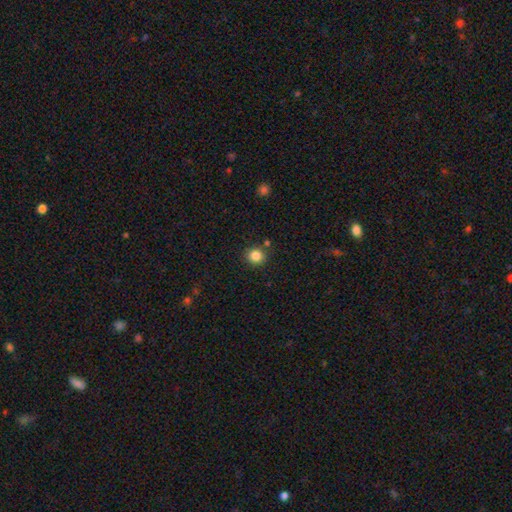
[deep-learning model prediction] This appears to be a smooth galaxy with no disk features (85%) that is round (90%). Merging: none (85%).